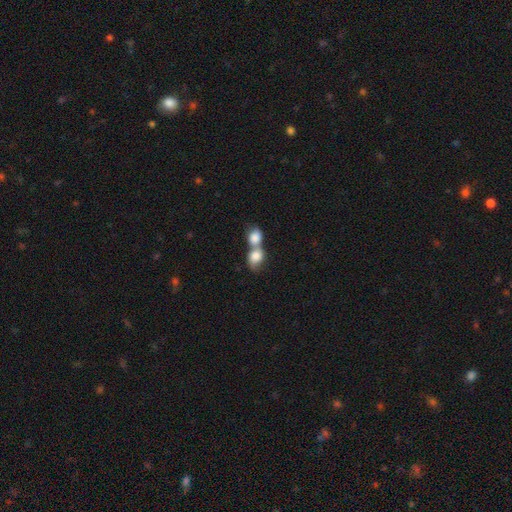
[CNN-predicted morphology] smooth 80%, featured or disk 13%, star or artifact 7%. Down the decision tree: how rounded — round (49%, tied with in between); merging — merger (79%).